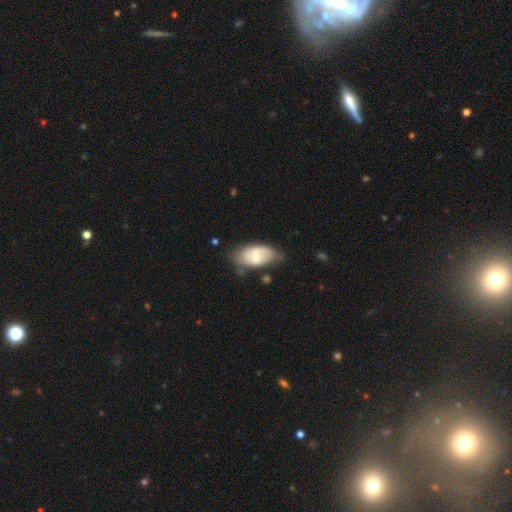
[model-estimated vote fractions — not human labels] Smooth or featured? smooth (54%)
How rounded? in between (93%)
Merging? none (59%)